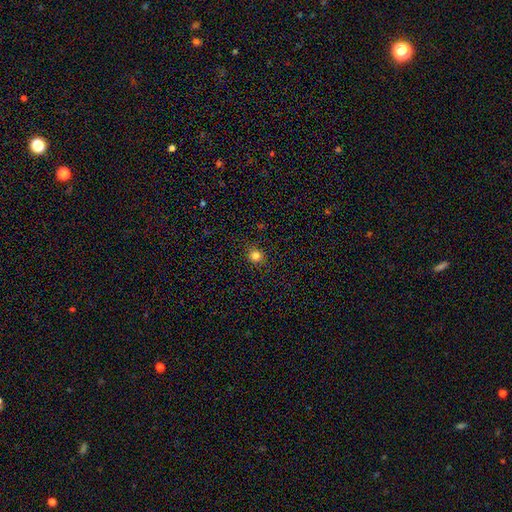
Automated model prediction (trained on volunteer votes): This appears to be a smooth galaxy with no disk features (81%) that is round (87%). Merging: none (90%).